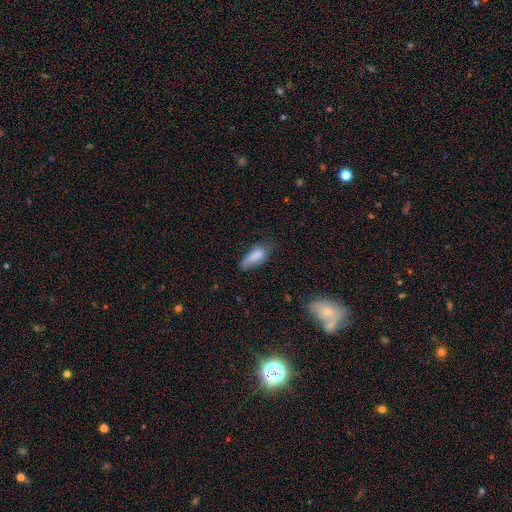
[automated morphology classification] smooth-or-featured: smooth: 81% | featured or disk: 11% | star or artifact: 8%
  how-rounded: in between: 77% | cigar-shaped: 21% | round: 2%
  merging: none: 52% | minor disturbance: 34% | major disturbance: 11% | merger: 3%